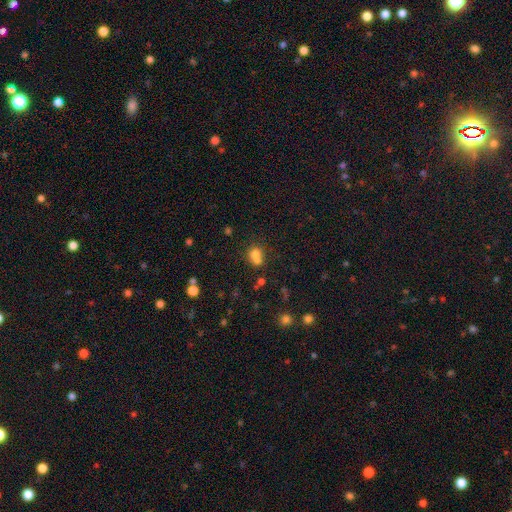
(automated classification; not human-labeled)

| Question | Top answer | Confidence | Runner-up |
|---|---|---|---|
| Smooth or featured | smooth | 72% | star or artifact (15%) |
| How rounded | round | 65% | in between (34%) |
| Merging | merger | 55% | none (32%) |